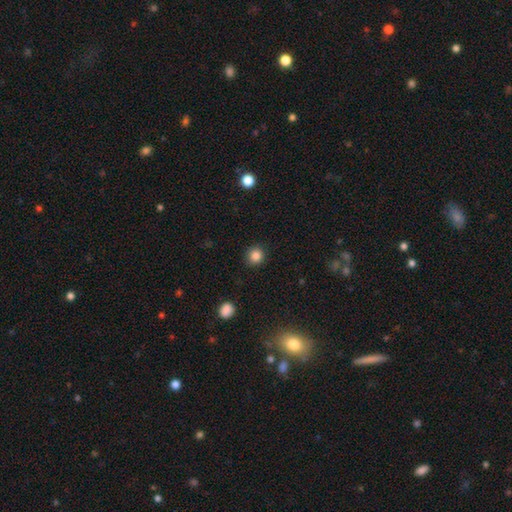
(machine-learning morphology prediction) Smooth or featured? Predicted: smooth (p=0.85). How rounded? Predicted: round (p=0.91). Merging? Predicted: none (p=0.90).